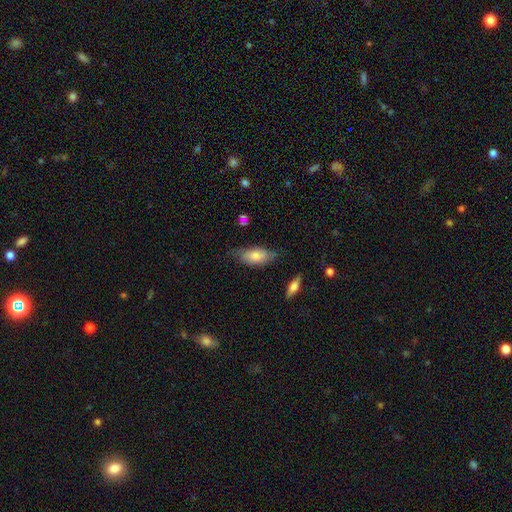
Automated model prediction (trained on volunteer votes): smooth 72%, featured or disk 21%, star or artifact 7%. Down the decision tree: how rounded — in between (89%); merging — none (58%).